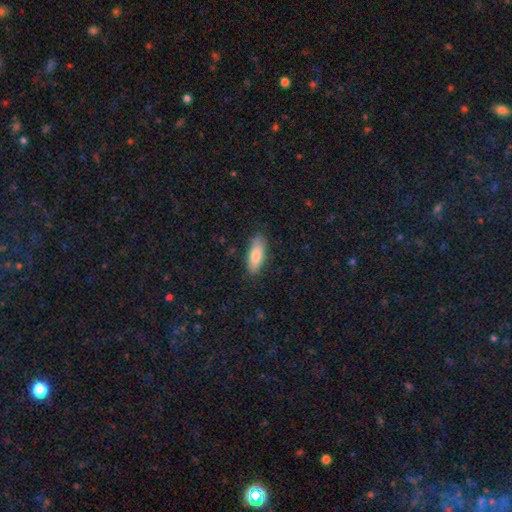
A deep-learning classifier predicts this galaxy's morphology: Smooth or featured: smooth — 80% (featured or disk — 13%)
How rounded: in between — 68% (cigar-shaped — 30%)
Merging: none — 86% (minor disturbance — 11%)